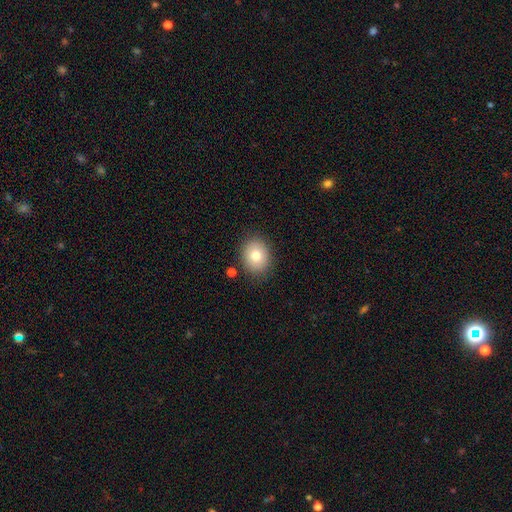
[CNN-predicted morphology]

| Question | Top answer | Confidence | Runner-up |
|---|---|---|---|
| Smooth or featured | smooth | 77% | featured or disk (13%) |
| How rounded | round | 64% | in between (35%) |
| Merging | none | 85% | minor disturbance (9%) |